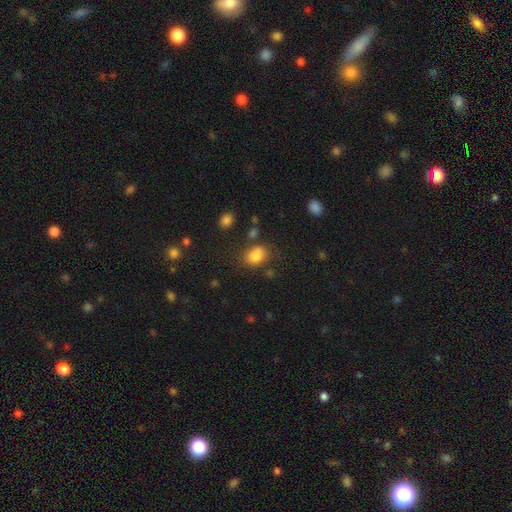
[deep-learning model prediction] Smooth or featured? smooth (82%)
How rounded? in between (69%)
Merging? none (64%)